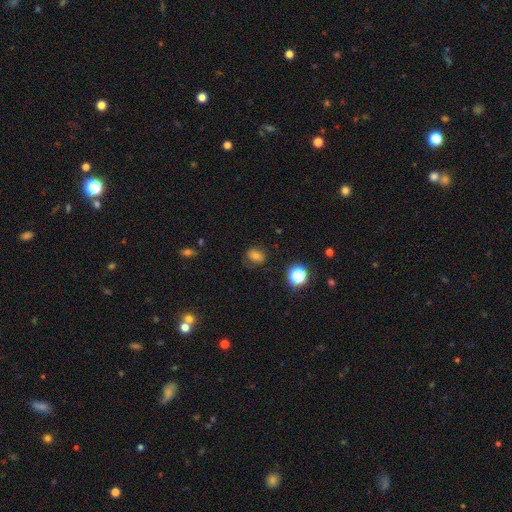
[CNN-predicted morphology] Q: Smooth or featured?
A: smooth (67%); runner-up: star or artifact (19%)
Q: How rounded?
A: in between (55%); runner-up: round (44%)
Q: Merging?
A: none (77%); runner-up: minor disturbance (16%)